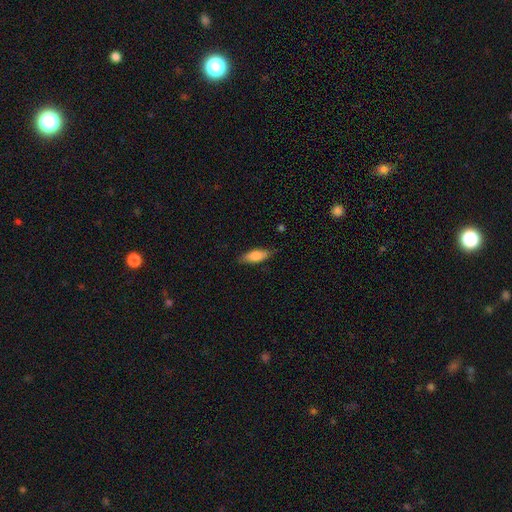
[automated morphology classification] This appears to be a smooth galaxy with no disk features (77%) that is in between round and cigar-shaped (68%). Merging: none (79%).